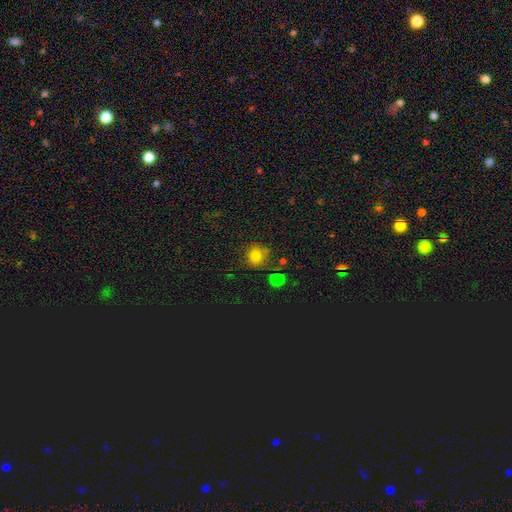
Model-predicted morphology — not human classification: smooth_or_featured: smooth (p=0.79) [alt: star or artifact p=0.14]
how_rounded: round (p=0.85) [alt: in between p=0.14]
merging: none (p=0.73) [alt: minor disturbance p=0.16]